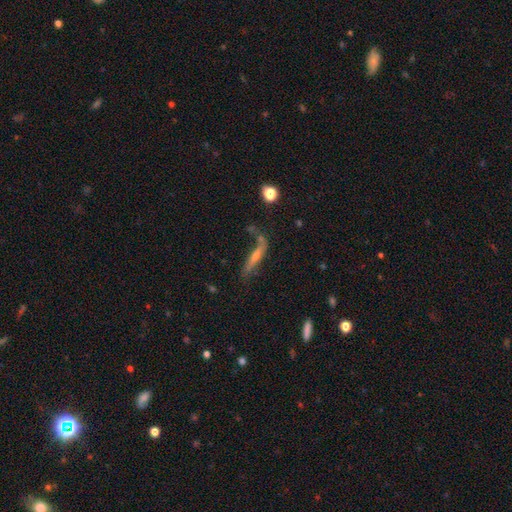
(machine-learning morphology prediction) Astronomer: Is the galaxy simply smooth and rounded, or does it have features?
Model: featured or disk — 58%.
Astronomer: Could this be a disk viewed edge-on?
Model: yes — 74%.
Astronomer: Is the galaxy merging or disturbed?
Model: none — 48%.